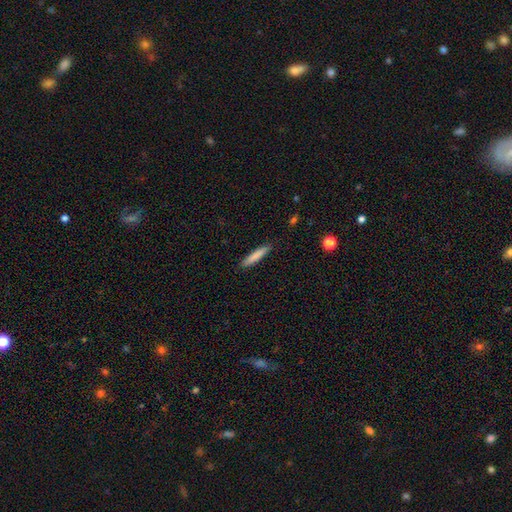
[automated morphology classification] Smooth or featured?
  - smooth: 82% *
  - featured or disk: 12%
  - star or artifact: 6%
How rounded?
  - cigar-shaped: 91% *
  - in between: 8%
  - round: 1%
Merging?
  - none: 89% *
  - minor disturbance: 8%
  - major disturbance: 2%
  - merger: 1%